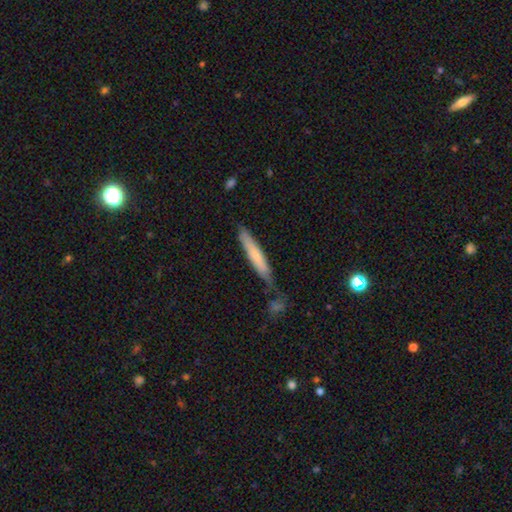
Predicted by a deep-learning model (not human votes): Smooth or featured: smooth — 62% (featured or disk — 32%)
How rounded: cigar-shaped — 91% (in between — 8%)
Merging: none — 67% (minor disturbance — 20%)